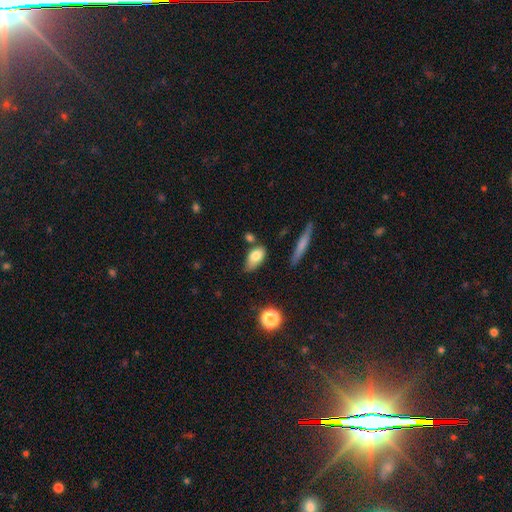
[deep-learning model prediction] smooth_or_featured: smooth (p=0.79) [alt: featured or disk p=0.14]
how_rounded: in between (p=0.88) [alt: cigar-shaped p=0.07]
merging: none (p=0.59) [alt: minor disturbance p=0.26]